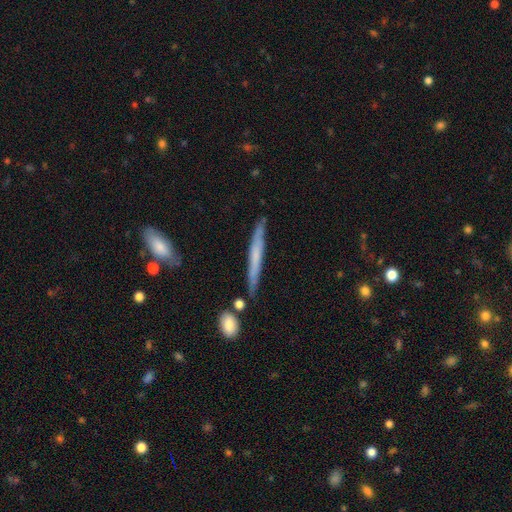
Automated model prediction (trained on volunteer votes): Smooth or featured? smooth (49%)
Merging? none (81%)